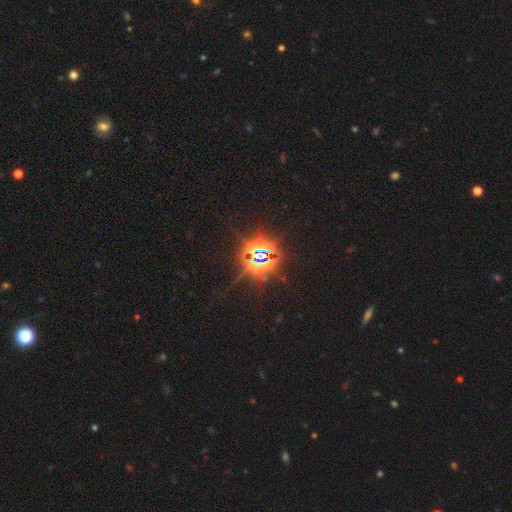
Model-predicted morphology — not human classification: smooth-or-featured: star or artifact: 85% | smooth: 8% | featured or disk: 7%